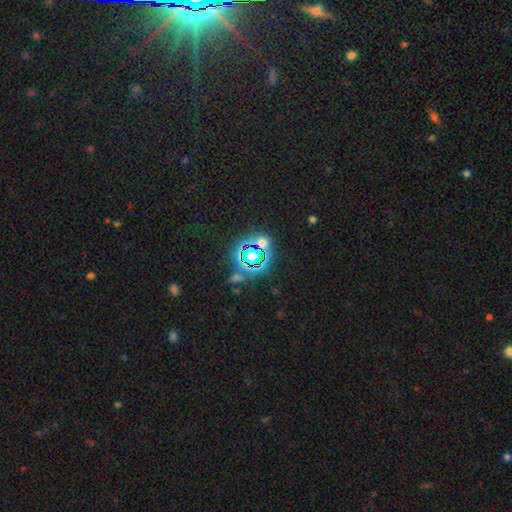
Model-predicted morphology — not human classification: type=star or artifact (74%).